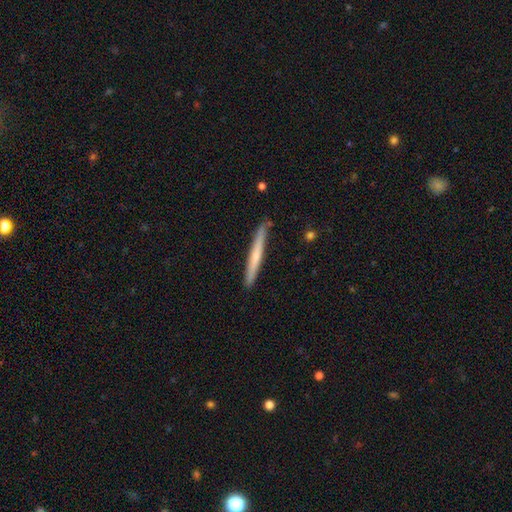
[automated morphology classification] A smooth galaxy with no disk features (49%).

Vote fractions:
- Smooth or featured? smooth: 49% / featured or disk: 45% / star or artifact: 5%
- Merging? none: 88% / minor disturbance: 9% / merger: 1% / major disturbance: 1%